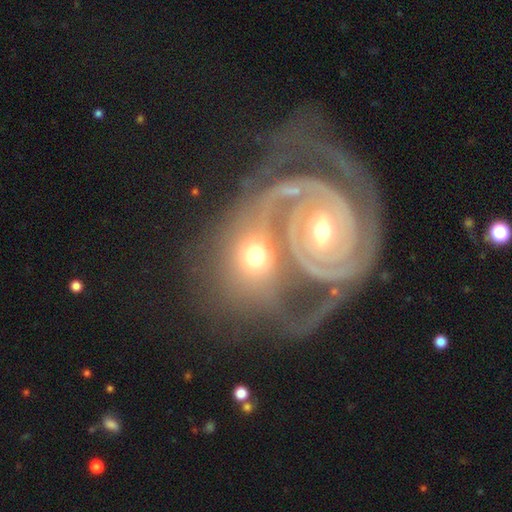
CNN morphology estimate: Smooth or featured? featured or disk (57%)
Edge-on disk? no (92%)
Bar? no (56%)
Spiral arms? yes (80%)
Bulge size? moderate (55%)
Merging? merger (60%)